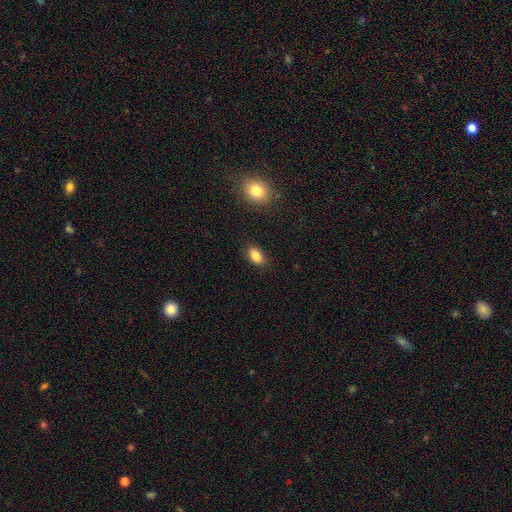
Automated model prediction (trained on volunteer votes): A smooth galaxy with no disk features (85%) that is in between round and cigar-shaped (90%).

Vote fractions:
- Smooth or featured? smooth: 85% / star or artifact: 9% / featured or disk: 6%
- How rounded? in between: 90% / round: 7% / cigar-shaped: 3%
- Merging? none: 84% / minor disturbance: 12% / major disturbance: 3% / merger: 1%